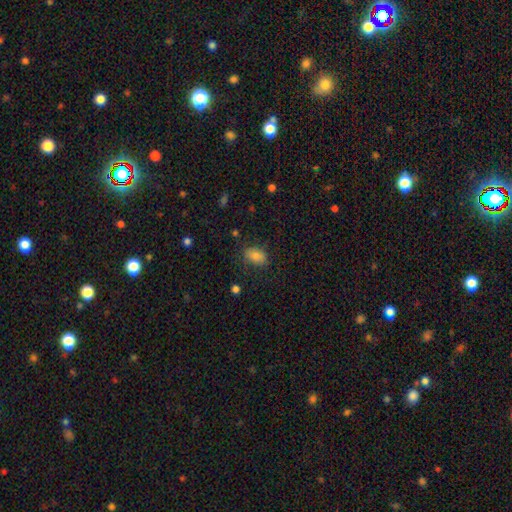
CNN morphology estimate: Overall: smooth (81%). How rounded: in between (86%). Merging: none (76%).